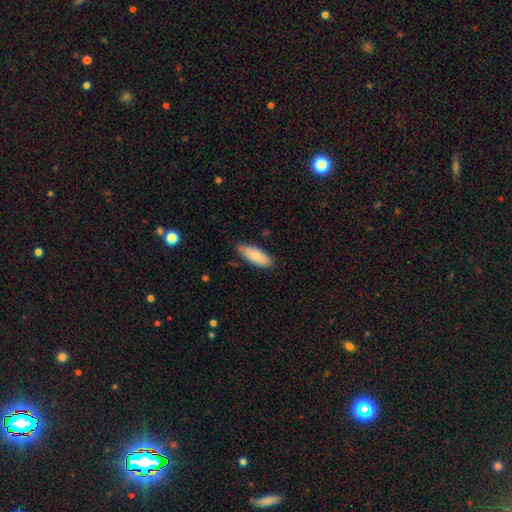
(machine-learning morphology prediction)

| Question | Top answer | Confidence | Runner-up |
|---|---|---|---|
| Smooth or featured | smooth | 84% | featured or disk (10%) |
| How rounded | in between | 73% | cigar-shaped (25%) |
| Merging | none | 78% | minor disturbance (18%) |